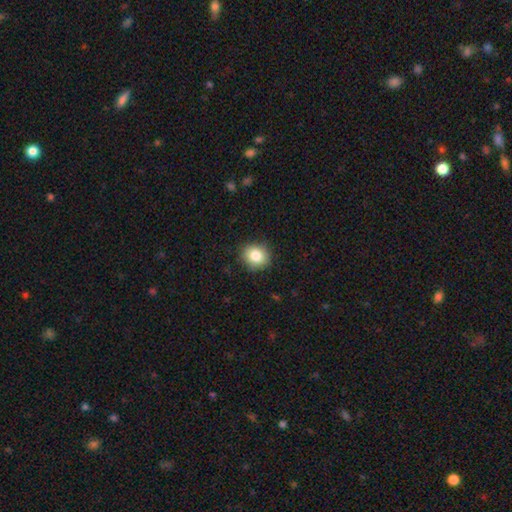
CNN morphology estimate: The model was most divided on "how rounded": round: 81%, in between: 18%, cigar-shaped: 1%. More confident: merging — none (88%); smooth or featured — smooth (82%).